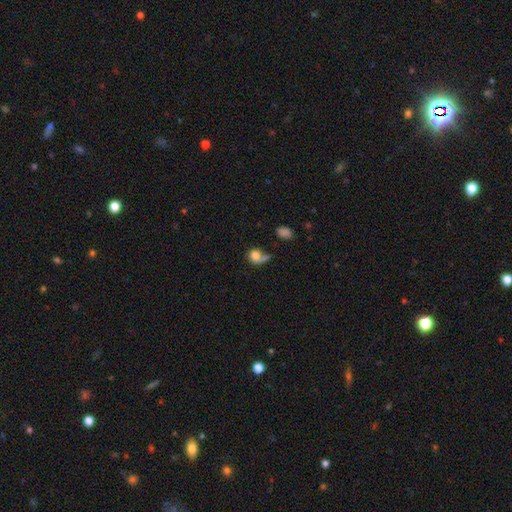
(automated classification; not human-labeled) Smooth or featured: smooth — 73% (featured or disk — 17%)
How rounded: round — 70% (in between — 28%)
Merging: none — 37% (major disturbance — 24%)